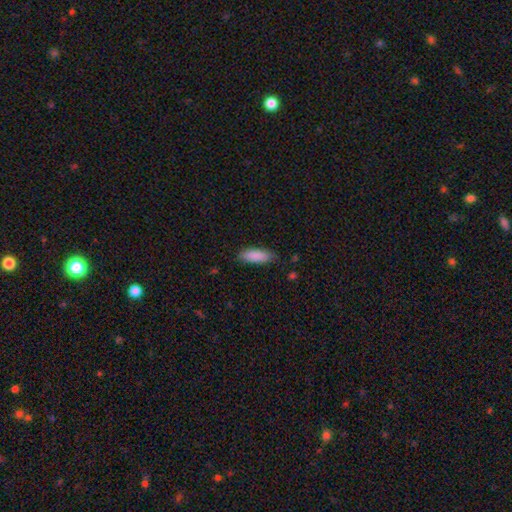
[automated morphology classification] smooth 89%, star or artifact 6%, featured or disk 6%. Down the decision tree: how rounded — in between (62%); merging — none (81%).